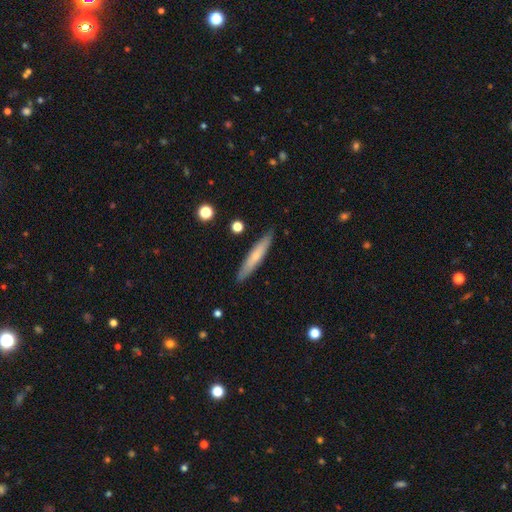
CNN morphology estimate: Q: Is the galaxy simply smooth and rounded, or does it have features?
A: smooth — 64%.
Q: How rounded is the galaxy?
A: cigar-shaped — 92%.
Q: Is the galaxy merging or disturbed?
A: none — 89%.